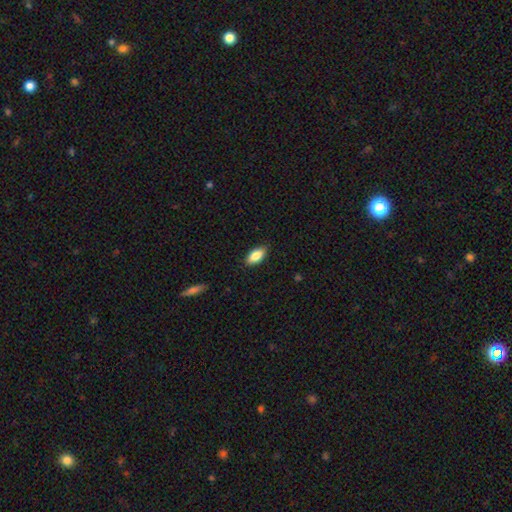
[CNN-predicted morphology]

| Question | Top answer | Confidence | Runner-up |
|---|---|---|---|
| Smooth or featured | smooth | 83% | featured or disk (10%) |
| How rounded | in between | 87% | cigar-shaped (10%) |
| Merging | none | 87% | minor disturbance (10%) |